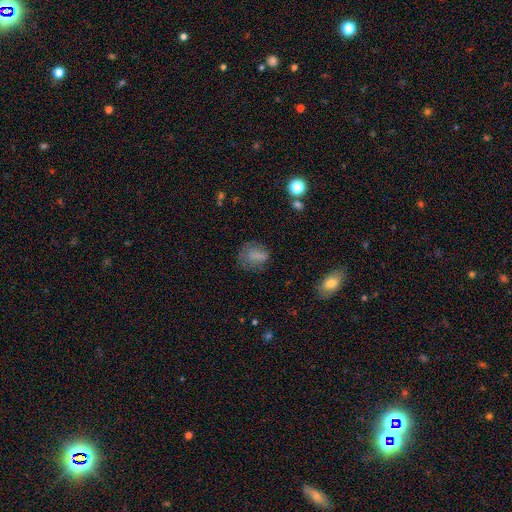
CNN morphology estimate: The model was most divided on "how rounded": round: 52%, in between: 46%, cigar-shaped: 2%. More confident: smooth or featured — smooth (72%); merging — none (58%).